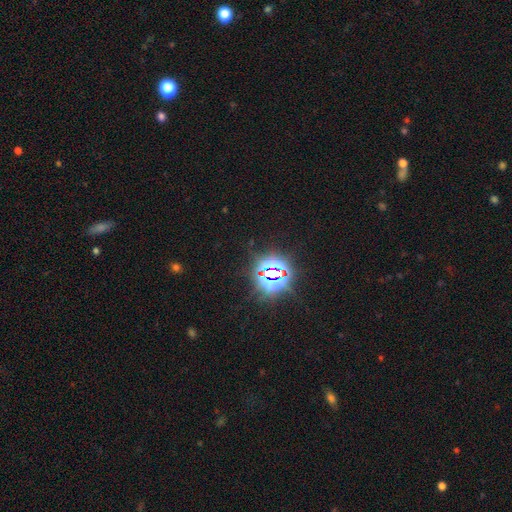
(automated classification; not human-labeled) Morphology: type=star or artifact (83%).